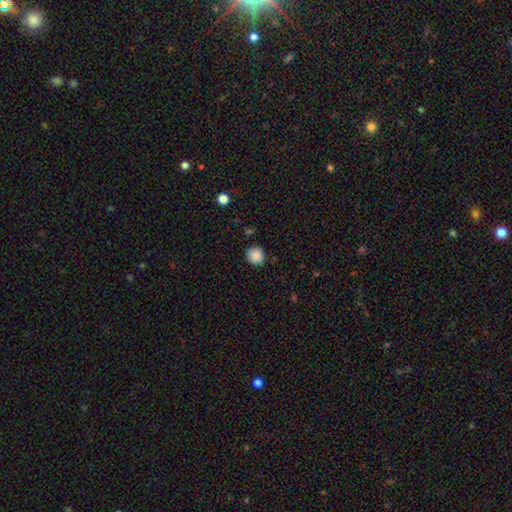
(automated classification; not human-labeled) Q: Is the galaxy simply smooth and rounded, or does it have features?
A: smooth — 87%.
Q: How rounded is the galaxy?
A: round — 90%.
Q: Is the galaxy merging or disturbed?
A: none — 86%.